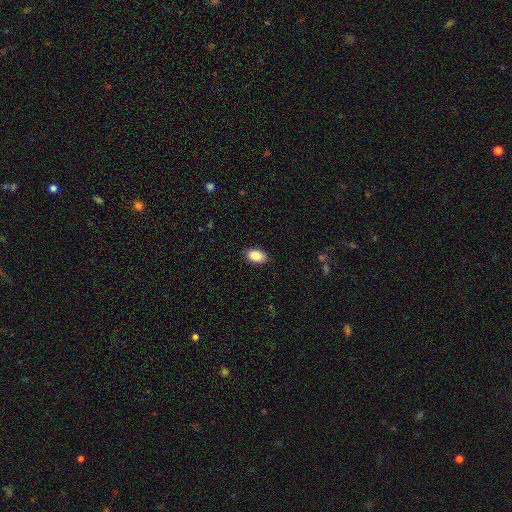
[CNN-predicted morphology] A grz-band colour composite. It shows a smooth galaxy with no disk features (87%) that is in between round and cigar-shaped (91%). Merging: none (89%).